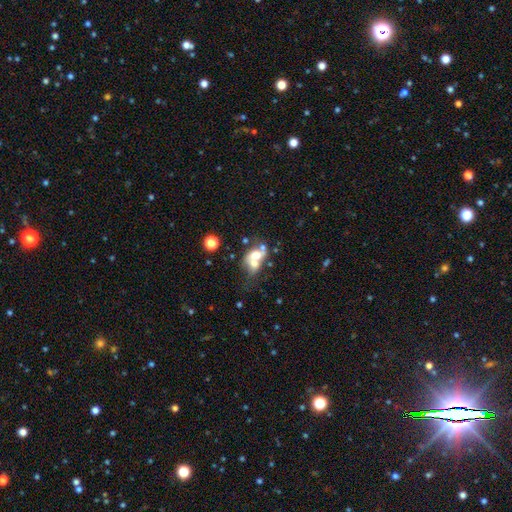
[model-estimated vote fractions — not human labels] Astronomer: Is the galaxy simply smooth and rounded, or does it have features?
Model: smooth — 53% (runner-up: featured or disk, 35%).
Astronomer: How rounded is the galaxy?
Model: in between — 60% (runner-up: round, 38%).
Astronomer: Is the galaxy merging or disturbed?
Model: merger — 60%.